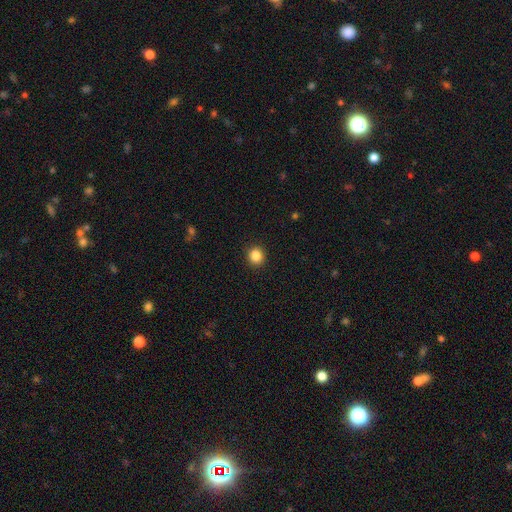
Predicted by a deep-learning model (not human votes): smooth-or-featured: smooth: 86% | star or artifact: 10% | featured or disk: 3%
  how-rounded: round: 91% | in between: 8% | cigar-shaped: 1%
  merging: none: 92% | minor disturbance: 5% | major disturbance: 2% | merger: 1%